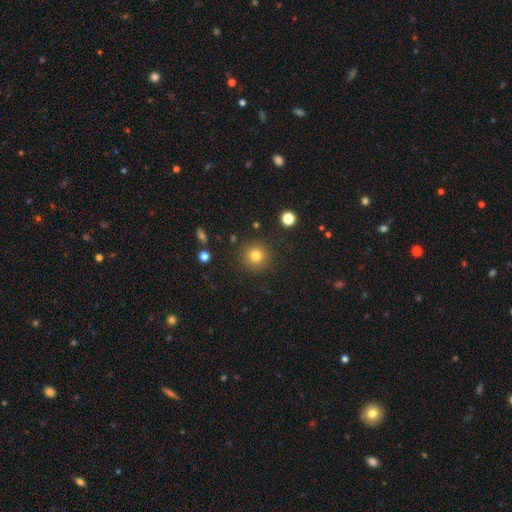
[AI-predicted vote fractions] A smooth galaxy with no disk features (80%) that is round (94%).

Vote fractions:
- Smooth or featured? smooth: 80% / star or artifact: 13% / featured or disk: 7%
- How rounded? round: 94% / in between: 5% / cigar-shaped: 1%
- Merging? none: 89% / minor disturbance: 6% / major disturbance: 3% / merger: 2%